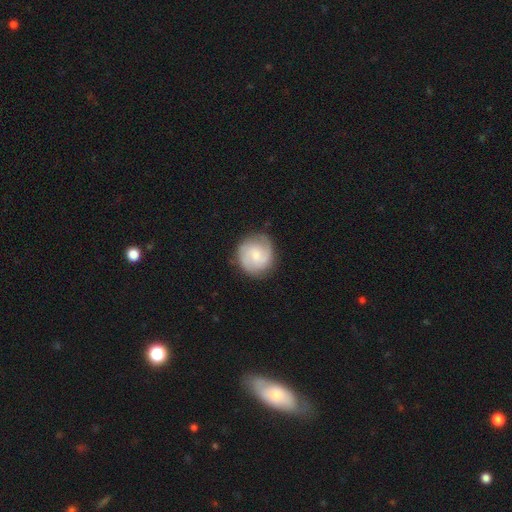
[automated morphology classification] This is possibly a featured or disk galaxy (56%). It is clearly not viewed edge-on (98%). Bar: possibly no (48%). Spiral arm pattern: clearly yes (91%). Central bulge: possibly small (48%). Merging: likely none (79%).